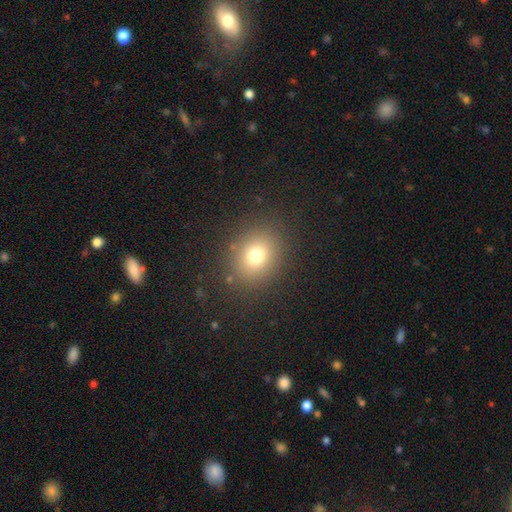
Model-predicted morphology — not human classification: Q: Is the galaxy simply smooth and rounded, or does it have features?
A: smooth — 75%.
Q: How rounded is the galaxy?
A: round — 62%.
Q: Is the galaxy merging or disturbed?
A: none — 86%.